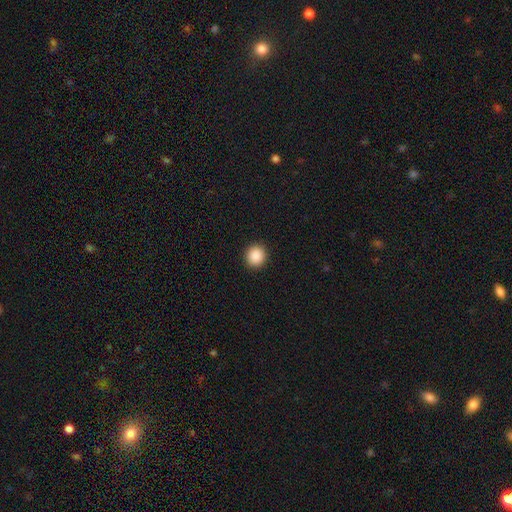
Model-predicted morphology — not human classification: A smooth galaxy with no disk features (89%) that is round (91%).

Vote fractions:
- Smooth or featured? smooth: 89% / star or artifact: 9% / featured or disk: 2%
- How rounded? round: 91% / in between: 9% / cigar-shaped: 1%
- Merging? none: 93% / minor disturbance: 5% / major disturbance: 2% / merger: 1%